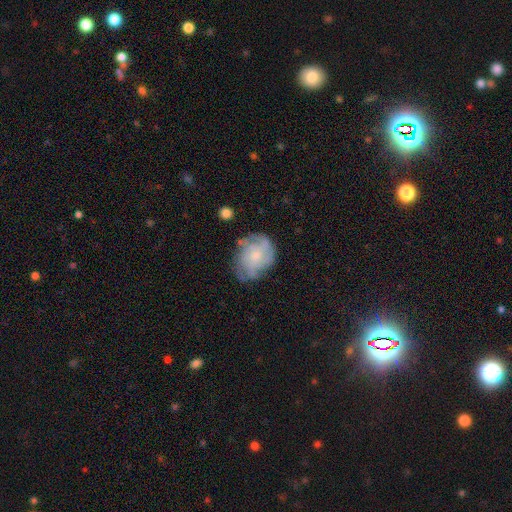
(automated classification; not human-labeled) This is likely a featured or disk galaxy (63%). It is clearly not viewed edge-on (98%). Bar: likely no (79%). Spiral arm pattern: clearly yes (82%). Spiral arm count: possibly can't tell (45%). Spiral winding: possibly tight (53%). Central bulge: possibly small (53%). Merging: likely none (62%).